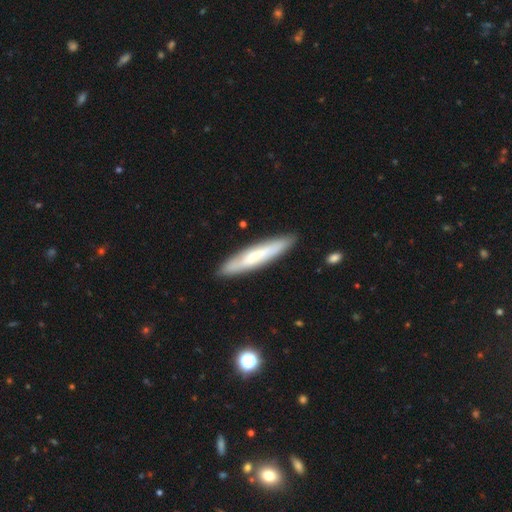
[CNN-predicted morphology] Q: Smooth or featured?
A: smooth (57%); runner-up: featured or disk (38%)
Q: How rounded?
A: cigar-shaped (89%); runner-up: in between (10%)
Q: Merging?
A: none (87%); runner-up: minor disturbance (10%)